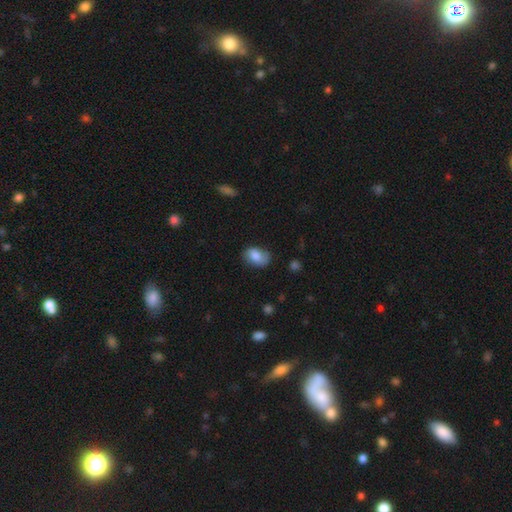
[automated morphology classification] Smooth or featured?
  - smooth: 68% *
  - featured or disk: 24%
  - star or artifact: 8%
How rounded?
  - in between: 83% *
  - round: 16%
  - cigar-shaped: 1%
Merging?
  - none: 68% *
  - minor disturbance: 24%
  - major disturbance: 7%
  - merger: 2%